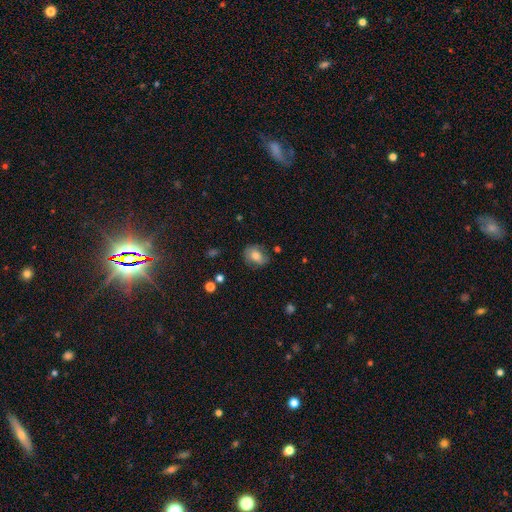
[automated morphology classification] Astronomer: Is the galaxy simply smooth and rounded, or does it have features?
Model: smooth — 69%.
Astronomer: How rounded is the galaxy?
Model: in between — 65%.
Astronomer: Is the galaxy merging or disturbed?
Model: none — 67%.